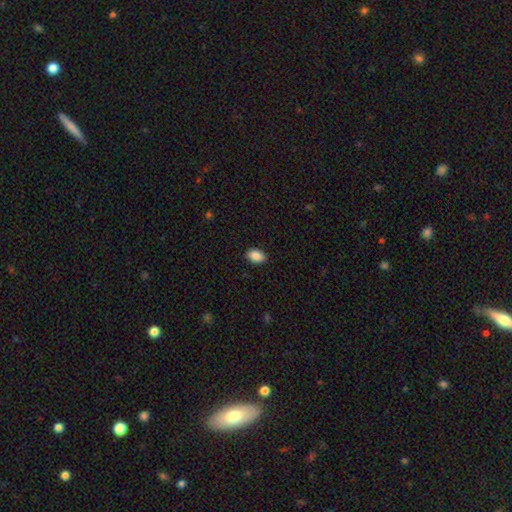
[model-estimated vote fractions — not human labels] Smooth or featured? Predicted: smooth (p=0.89). How rounded? Predicted: in between (p=0.84). Merging? Predicted: none (p=0.89).